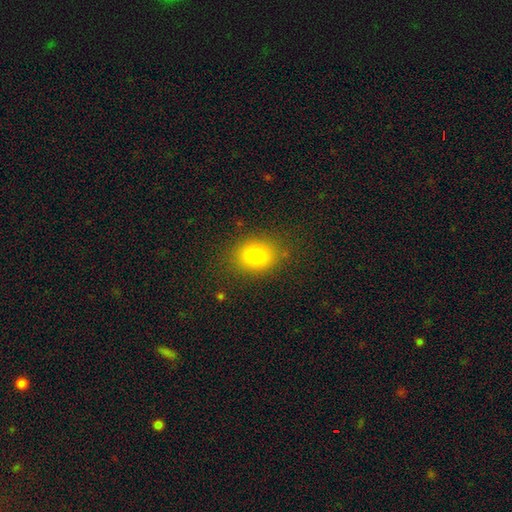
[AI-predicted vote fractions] Q: Smooth or featured?
A: smooth (81%); runner-up: star or artifact (11%)
Q: How rounded?
A: in between (56%); runner-up: round (43%)
Q: Merging?
A: none (82%); runner-up: minor disturbance (12%)